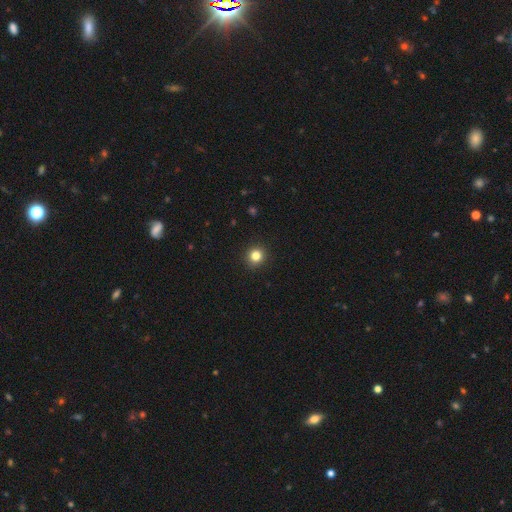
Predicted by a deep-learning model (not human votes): A smooth galaxy with no disk features (82%) that is round (93%). Merging: none (93%).